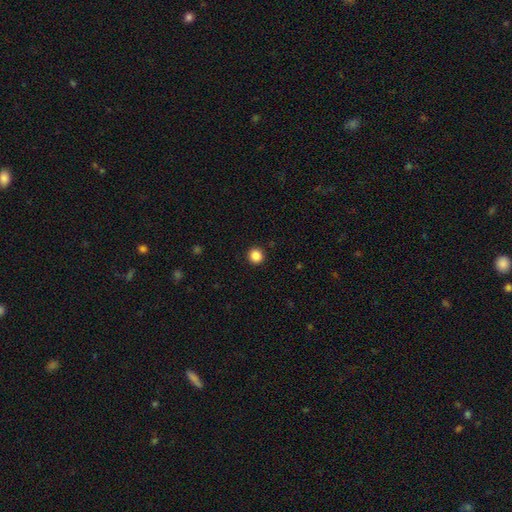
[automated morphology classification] Smooth or featured: smooth — 87% (star or artifact — 10%)
How rounded: round — 95% (in between — 4%)
Merging: none — 93% (minor disturbance — 4%)